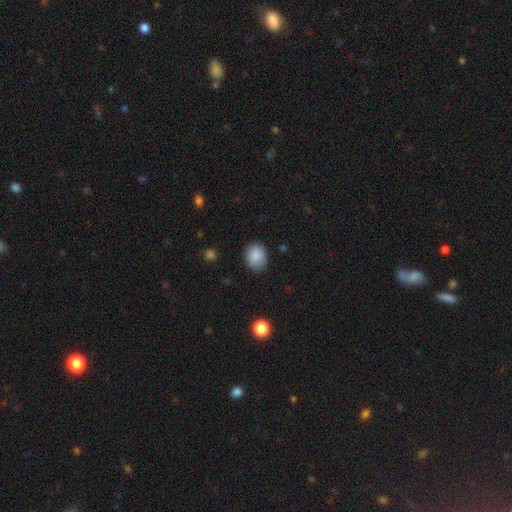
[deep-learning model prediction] The model was most divided on "how rounded": round: 50%, in between: 49%, cigar-shaped: 1%. More confident: smooth or featured — smooth (87%); merging — none (81%).